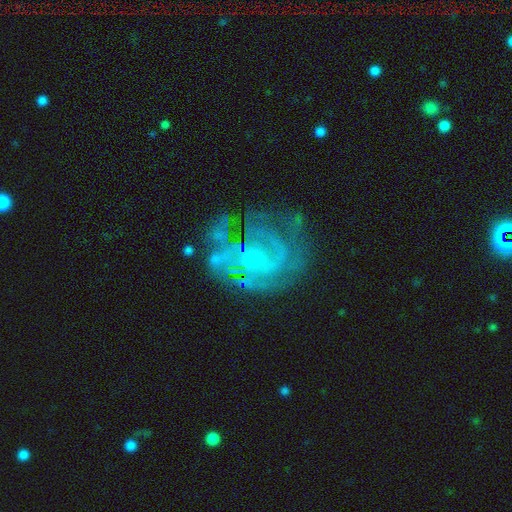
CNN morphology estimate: This appears to be a featured or disk galaxy (79%) with no bar (69%), tight (51%) spiral arms (83%) and a small central bulge (46%). Merging: none (58%).